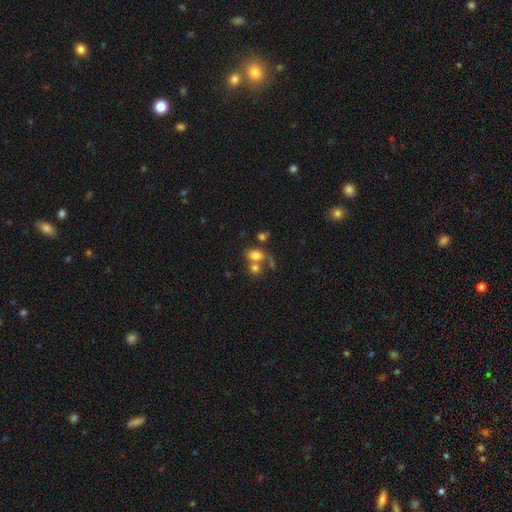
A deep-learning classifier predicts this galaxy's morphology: Smooth or featured? smooth (74%)
How rounded? in between (65%)
Merging? merger (45%)